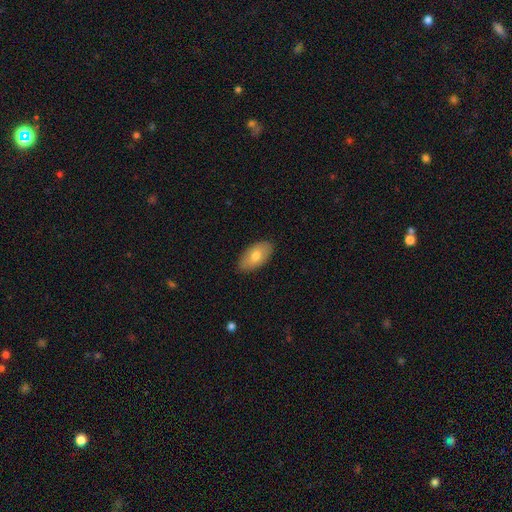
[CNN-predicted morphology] A smooth galaxy with no disk features (74%) that is in between round and cigar-shaped (94%).

Vote fractions:
- Smooth or featured? smooth: 74% / featured or disk: 20% / star or artifact: 6%
- How rounded? in between: 94% / round: 4% / cigar-shaped: 3%
- Merging? none: 86% / minor disturbance: 11% / major disturbance: 2% / merger: 1%